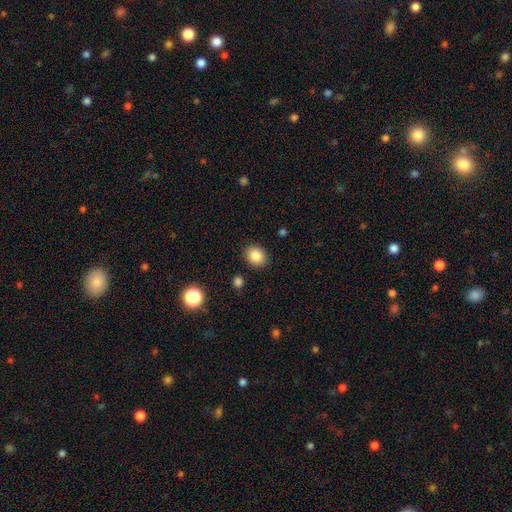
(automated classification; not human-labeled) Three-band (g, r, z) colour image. It shows a smooth galaxy with no disk features (85%) that is round (61%). Merging: none (88%).